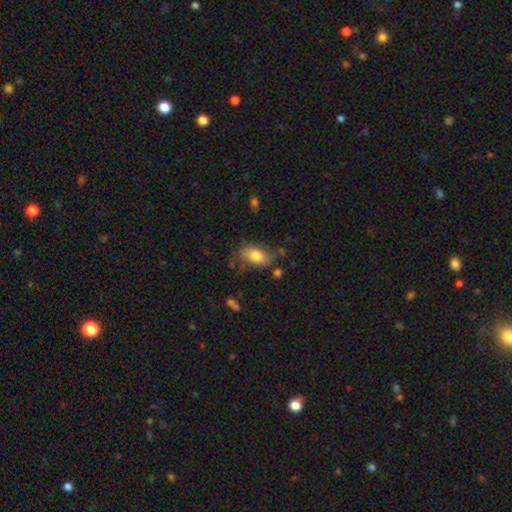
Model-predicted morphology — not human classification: Overall: smooth (76%). How rounded: in between (89%). Merging: none (64%).